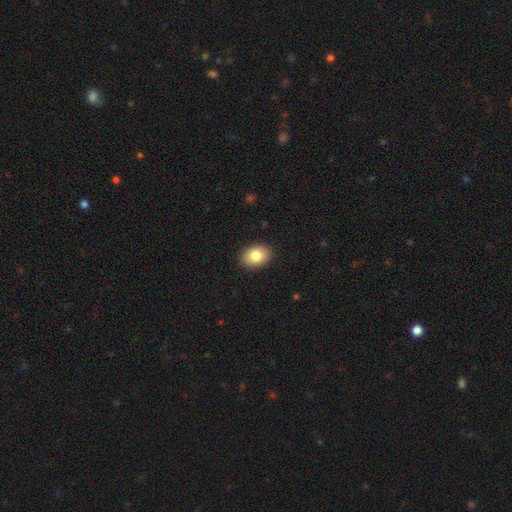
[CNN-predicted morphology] Q: Smooth or featured?
A: smooth (82%); runner-up: featured or disk (9%)
Q: How rounded?
A: in between (71%); runner-up: round (28%)
Q: Merging?
A: none (90%); runner-up: minor disturbance (7%)